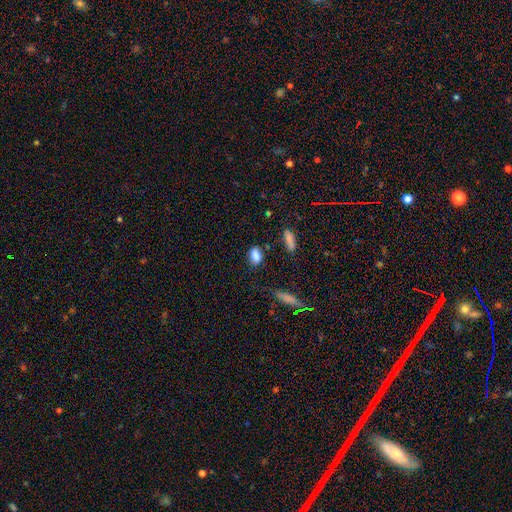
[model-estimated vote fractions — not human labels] Smooth or featured? Predicted: smooth (p=0.85). How rounded? Predicted: in between (p=0.84). Merging? Predicted: none (p=0.75).